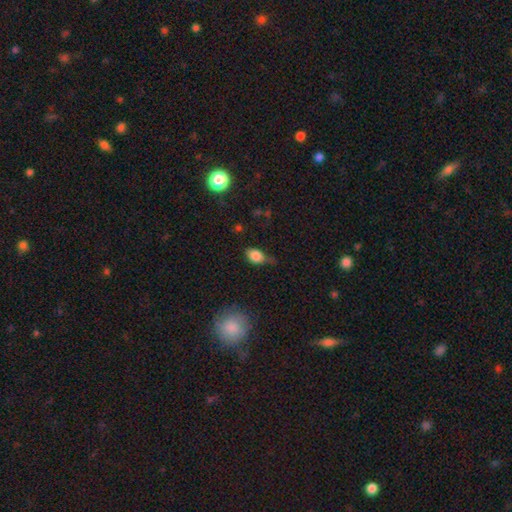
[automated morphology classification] Smooth or featured?
  - smooth: 81% *
  - star or artifact: 10%
  - featured or disk: 9%
How rounded?
  - in between: 75% *
  - round: 23%
  - cigar-shaped: 3%
Merging?
  - minor disturbance: 42% *
  - none: 40%
  - major disturbance: 15%
  - merger: 3%